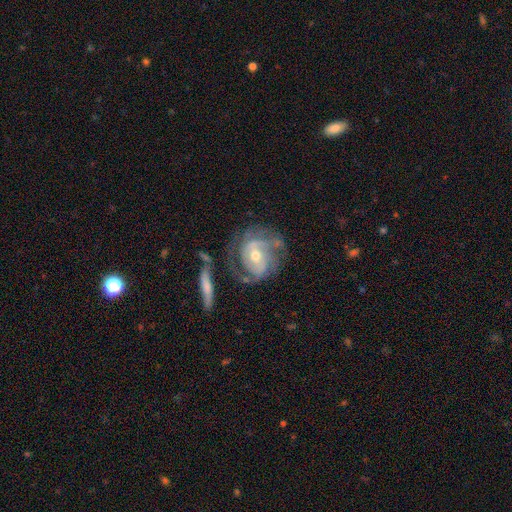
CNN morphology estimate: Smooth or featured?
  - featured or disk: 84% *
  - smooth: 10%
  - star or artifact: 6%
Edge-on disk?
  - no: 96% *
  - yes: 4%
Bar?
  - no: 47% *
  - weak: 38%
  - strong: 15%
Spiral arms?
  - yes: 91% *
  - no: 9%
Spiral winding?
  - tight: 49% *
  - medium: 38%
  - loose: 13%
Spiral arm count?
  - 2: 42% *
  - can't tell: 26%
  - 3: 19%
  - 1: 5%
  - 4: 5%
  - more than 4: 3%
Bulge size?
  - moderate: 56% *
  - small: 39%
  - large: 3%
  - none: 1%
  - dominant: 1%
Merging?
  - none: 55% *
  - minor disturbance: 20%
  - major disturbance: 17%
  - merger: 8%